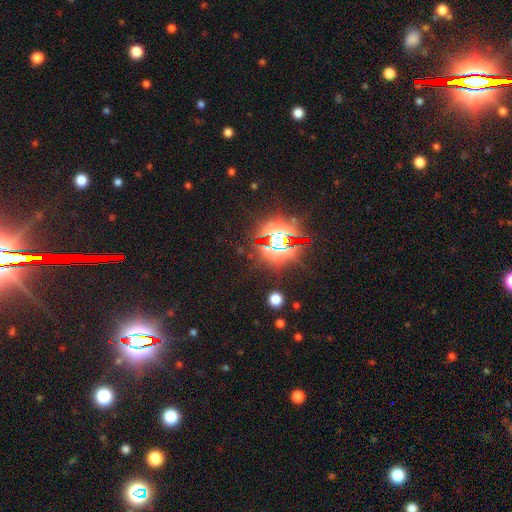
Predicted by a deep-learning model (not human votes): smooth_or_featured: star or artifact (p=0.83) [alt: smooth p=0.09]